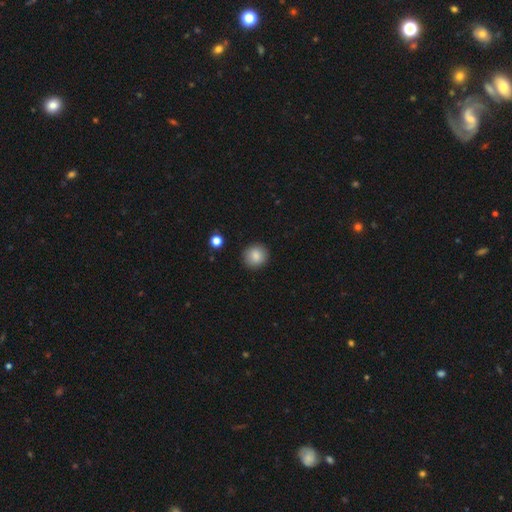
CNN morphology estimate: The model was most divided on "smooth or featured": smooth: 87%, star or artifact: 9%, featured or disk: 5%. More confident: how rounded — round (91%); merging — none (91%).